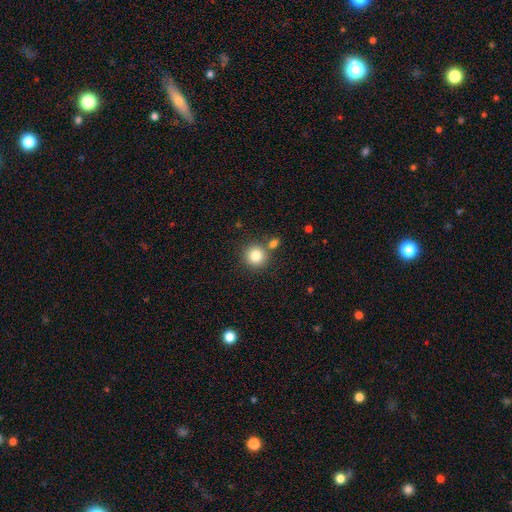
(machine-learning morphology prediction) A smooth galaxy with no disk features (82%) that is round (91%).

Vote fractions:
- Smooth or featured? smooth: 82% / star or artifact: 11% / featured or disk: 7%
- How rounded? round: 91% / in between: 8% / cigar-shaped: 1%
- Merging? none: 73% / merger: 16% / minor disturbance: 9% / major disturbance: 3%